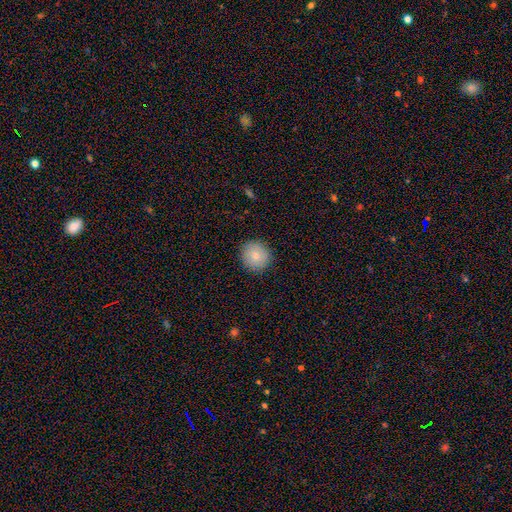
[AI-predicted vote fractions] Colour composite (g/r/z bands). It shows a smooth galaxy with no disk features (81%) that is round (90%). Merging: none (90%).